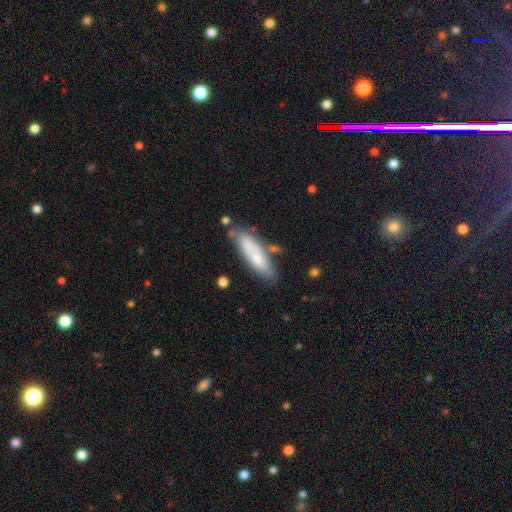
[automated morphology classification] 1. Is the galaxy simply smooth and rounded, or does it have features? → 64% smooth, 30% featured or disk, 6% star or artifact.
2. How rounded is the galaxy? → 57% cigar-shaped, 42% in between, 2% round.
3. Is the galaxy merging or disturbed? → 65% none, 20% minor disturbance, 10% merger, 5% major disturbance.